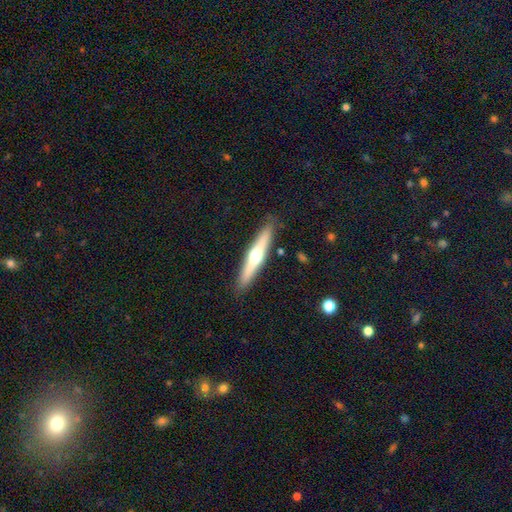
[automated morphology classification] smooth-or-featured: featured or disk: 59% | smooth: 35% | star or artifact: 6%
  disk-edge-on: yes: 95% | no: 5%
    edge-on-bulge: rounded: 91% | none: 6% | boxy: 3%
  merging: none: 88% | minor disturbance: 8% | major disturbance: 2% | merger: 2%